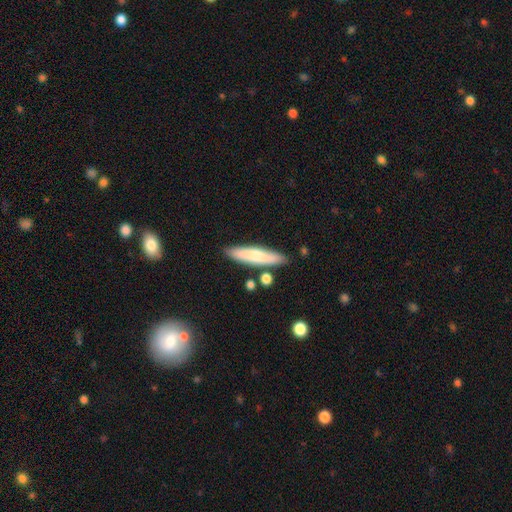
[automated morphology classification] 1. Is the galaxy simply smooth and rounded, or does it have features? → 71% smooth, 22% featured or disk, 6% star or artifact.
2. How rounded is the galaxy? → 81% cigar-shaped, 18% in between, 2% round.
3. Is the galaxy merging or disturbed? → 82% none, 11% minor disturbance, 5% merger, 2% major disturbance.